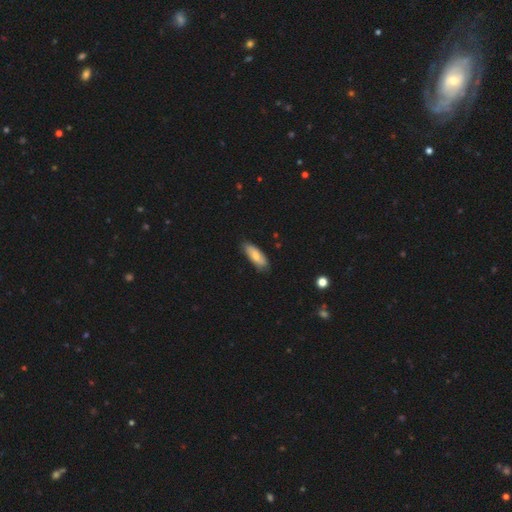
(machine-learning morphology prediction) smooth 73%, featured or disk 21%, star or artifact 6%. Down the decision tree: how rounded — in between (68%); merging — none (79%).